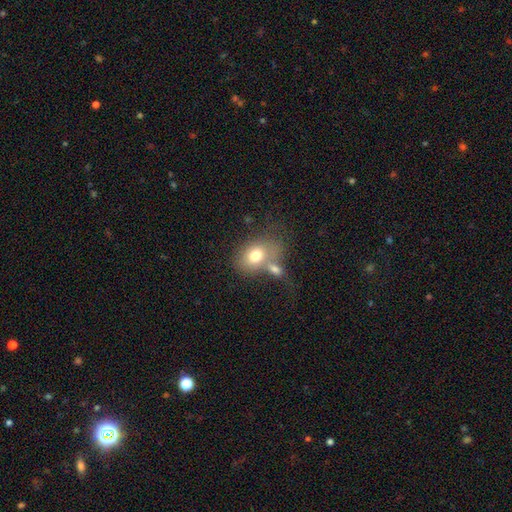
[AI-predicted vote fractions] A smooth galaxy with no disk features (73%) that is in between round and cigar-shaped (69%). Merging: none (38%).